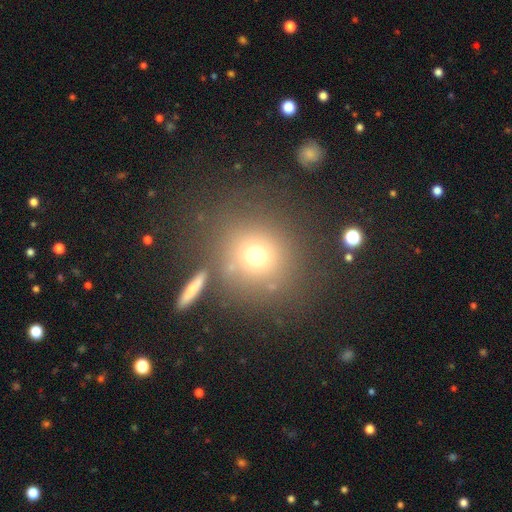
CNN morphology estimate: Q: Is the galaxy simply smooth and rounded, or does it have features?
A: smooth — 69%.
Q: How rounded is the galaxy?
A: round — 88%.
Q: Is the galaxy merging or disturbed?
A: none — 75%.